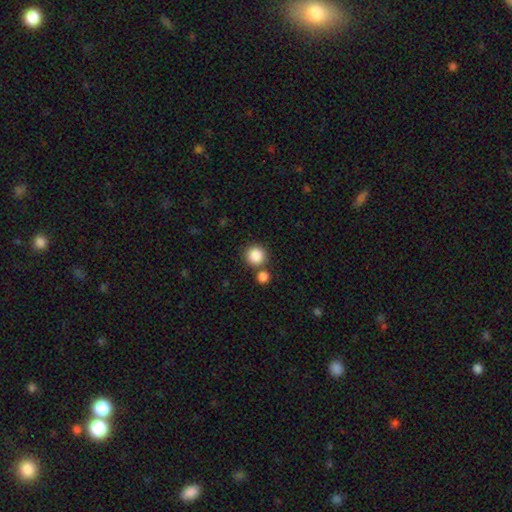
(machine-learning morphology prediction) smooth_or_featured: smooth (p=0.87) [alt: star or artifact p=0.09]
how_rounded: round (p=0.93) [alt: in between p=0.06]
merging: none (p=0.71) [alt: merger p=0.18]